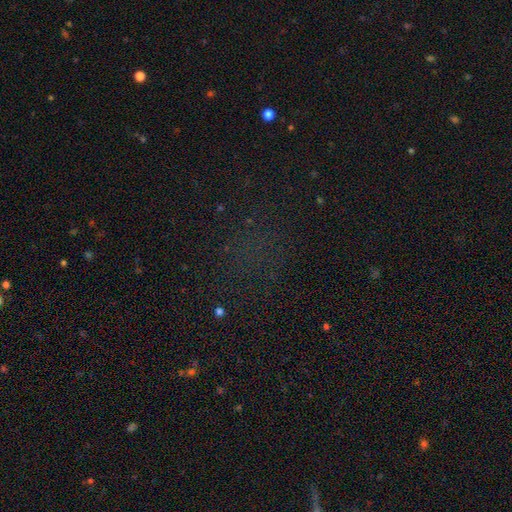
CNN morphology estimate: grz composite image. It shows a star or artifact, not a galaxy (62%).